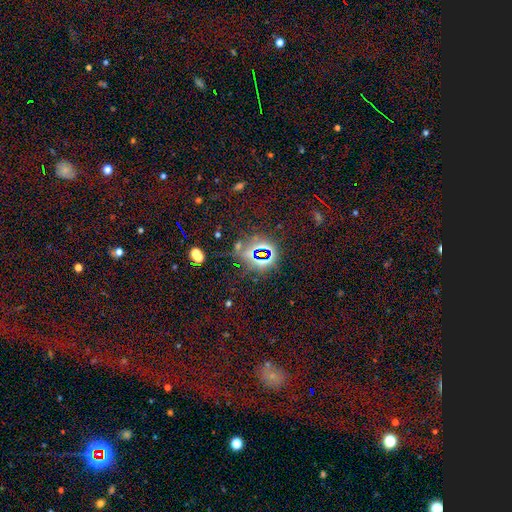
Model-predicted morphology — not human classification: Smooth or featured? Predicted: star or artifact (p=0.73).